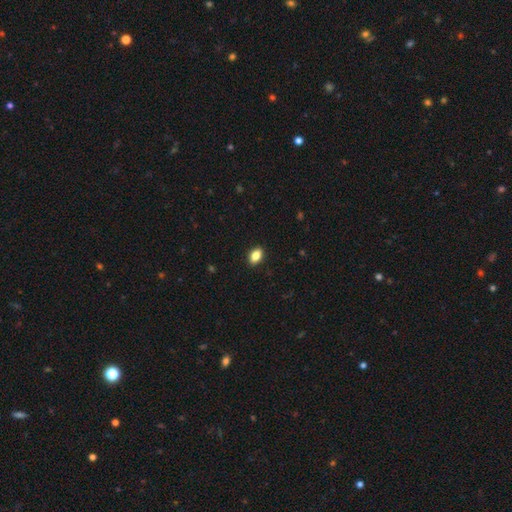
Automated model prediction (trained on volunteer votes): Smooth or featured?
  - smooth: 84% *
  - star or artifact: 8%
  - featured or disk: 8%
How rounded?
  - in between: 87% *
  - round: 11%
  - cigar-shaped: 3%
Merging?
  - none: 90% *
  - minor disturbance: 7%
  - major disturbance: 2%
  - merger: 1%